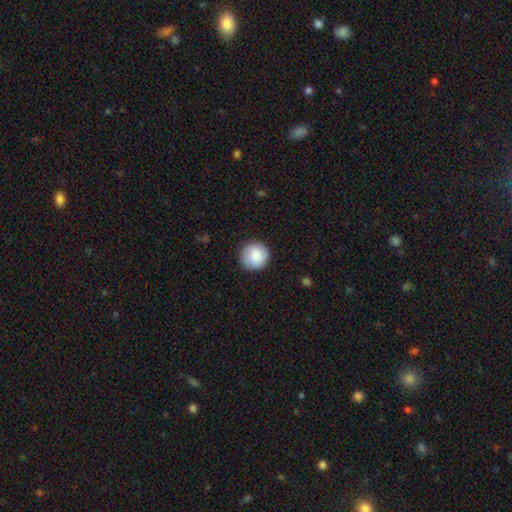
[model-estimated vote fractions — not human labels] Q: Smooth or featured?
A: smooth (88%); runner-up: star or artifact (7%)
Q: How rounded?
A: round (96%); runner-up: in between (3%)
Q: Merging?
A: none (90%); runner-up: minor disturbance (7%)